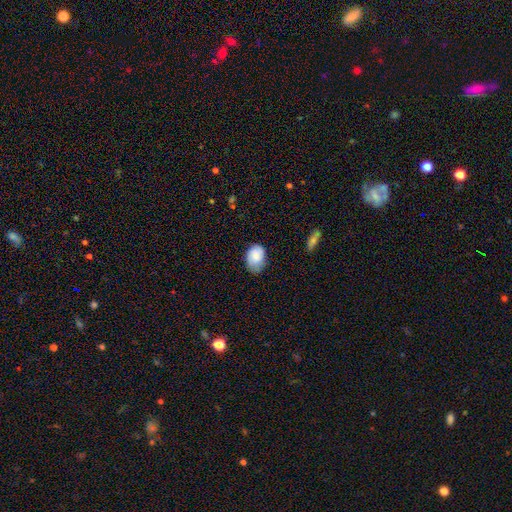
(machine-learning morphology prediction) This appears to be a smooth galaxy with no disk features (79%) that is in between round and cigar-shaped (75%). Merging: none (60%).